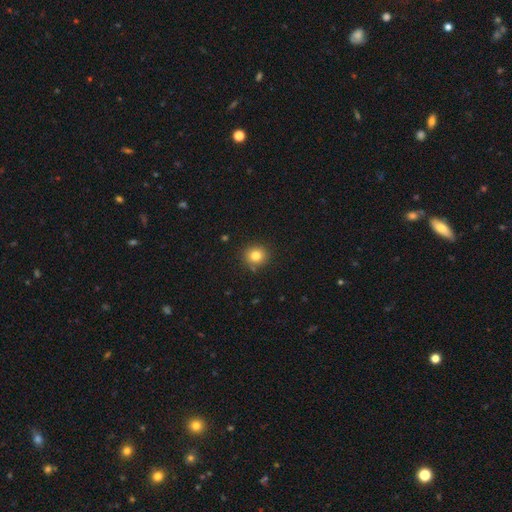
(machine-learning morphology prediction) Smooth or featured? Predicted: smooth (p=0.80). How rounded? Predicted: round (p=0.90). Merging? Predicted: none (p=0.88).